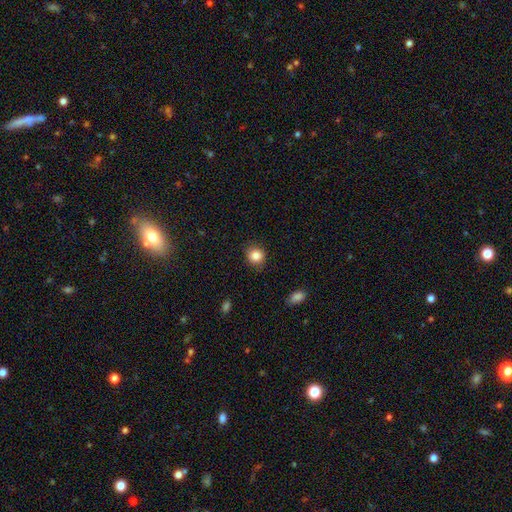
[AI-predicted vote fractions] Smooth or featured? smooth (85%)
How rounded? round (83%)
Merging? none (85%)